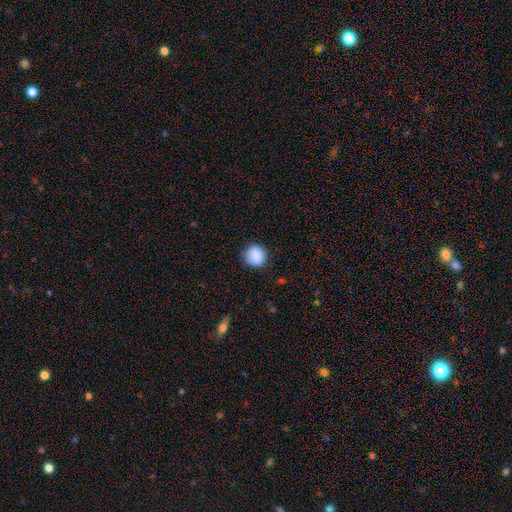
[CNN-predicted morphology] Smooth or featured: smooth — 88% (star or artifact — 8%)
How rounded: round — 88% (in between — 11%)
Merging: none — 85% (minor disturbance — 12%)